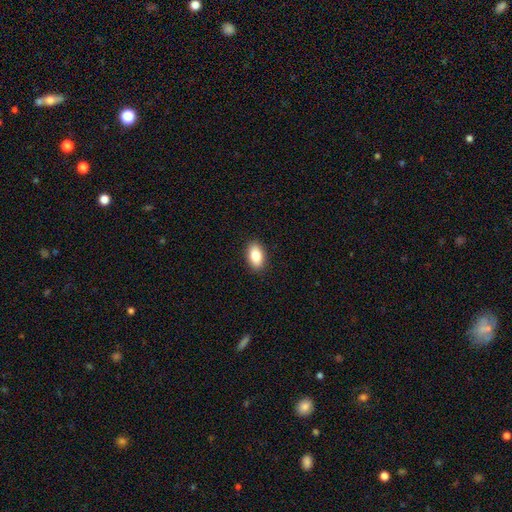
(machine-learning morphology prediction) The model was most divided on "smooth or featured": smooth: 83%, featured or disk: 9%, star or artifact: 7%. More confident: how rounded — in between (91%); merging — none (90%).